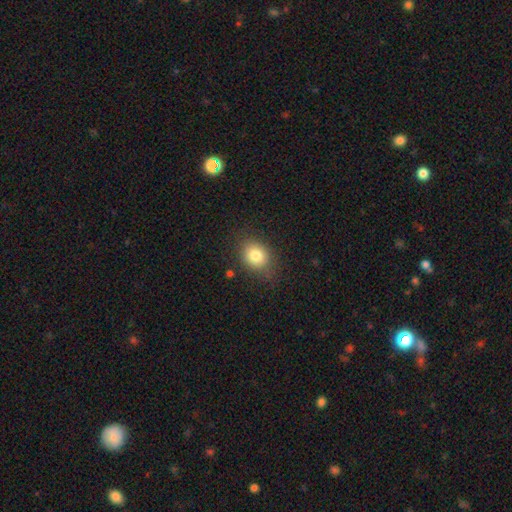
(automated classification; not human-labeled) smooth-or-featured: smooth: 80% | star or artifact: 10% | featured or disk: 9%
  how-rounded: round: 55% | in between: 44% | cigar-shaped: 1%
  merging: none: 78% | minor disturbance: 16% | major disturbance: 5% | merger: 2%